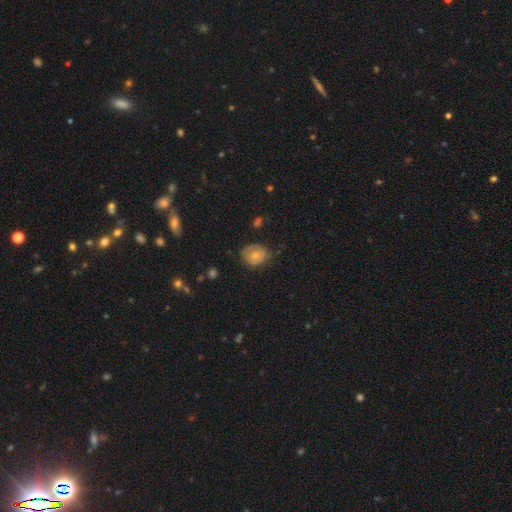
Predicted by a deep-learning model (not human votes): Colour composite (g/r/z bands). It shows a smooth galaxy with no disk features (55%) that is round (57%). Merging: none (54%).